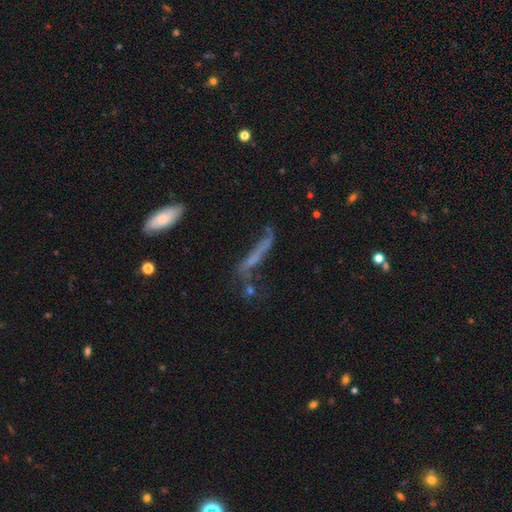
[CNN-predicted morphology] A featured or disk galaxy (43%). Merging: none (49%).